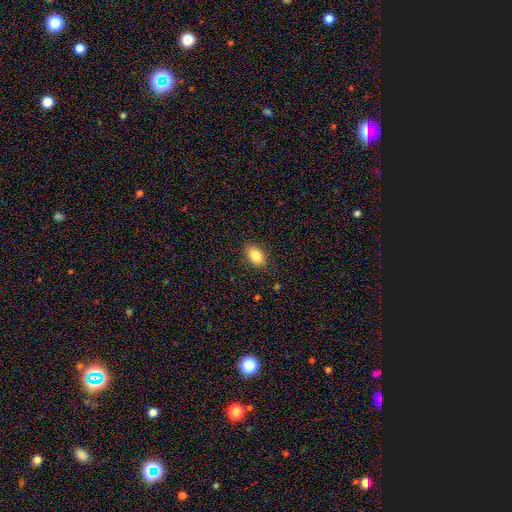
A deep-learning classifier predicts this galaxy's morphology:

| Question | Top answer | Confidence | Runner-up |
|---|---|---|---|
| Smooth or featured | smooth | 85% | star or artifact (8%) |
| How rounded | in between | 85% | round (13%) |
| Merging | none | 85% | minor disturbance (11%) |